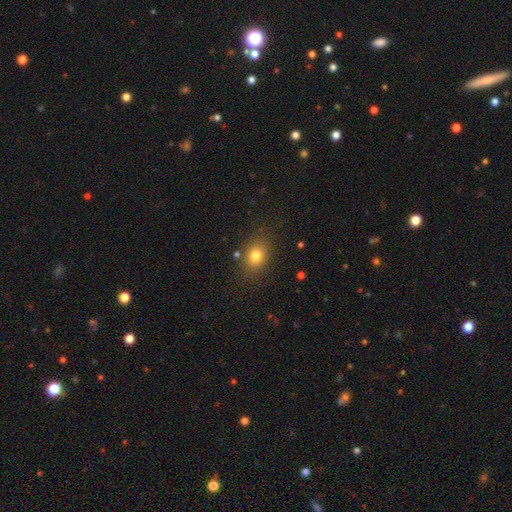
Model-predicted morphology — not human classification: This is likely a smooth galaxy (78%). How rounded: possibly in between (57%). Merging: clearly none (80%).